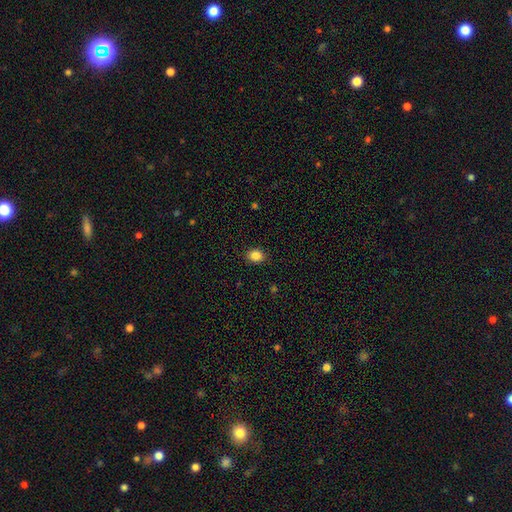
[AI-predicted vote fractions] smooth_or_featured: smooth (p=0.85) [alt: star or artifact p=0.11]
how_rounded: round (p=0.64) [alt: in between p=0.35]
merging: none (p=0.89) [alt: minor disturbance p=0.08]